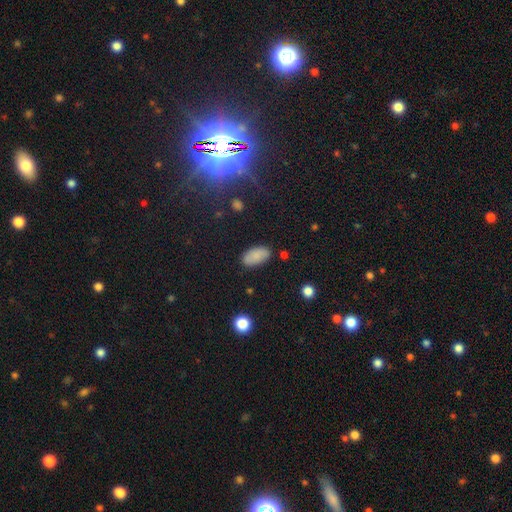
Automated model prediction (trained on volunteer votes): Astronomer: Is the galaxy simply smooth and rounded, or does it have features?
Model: smooth — 86%.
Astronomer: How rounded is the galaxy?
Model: in between — 94%.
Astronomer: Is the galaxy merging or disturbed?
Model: none — 84%.